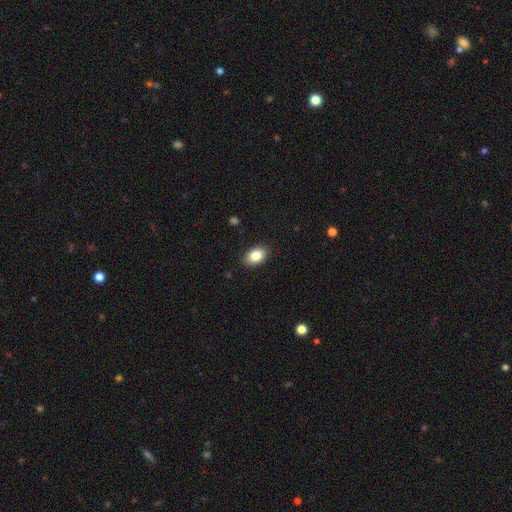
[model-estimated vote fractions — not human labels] smooth-or-featured: smooth: 85% | star or artifact: 8% | featured or disk: 7%
  how-rounded: in between: 87% | round: 11% | cigar-shaped: 1%
  merging: none: 88% | minor disturbance: 9% | major disturbance: 2% | merger: 1%